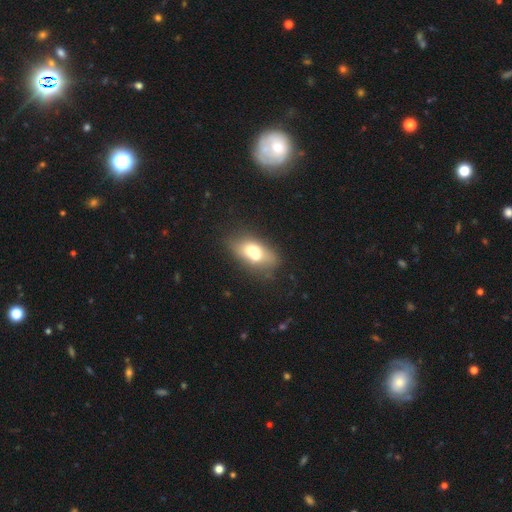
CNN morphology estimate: smooth 63%, featured or disk 28%, star or artifact 9%. Down the decision tree: how rounded — in between (80%); merging — merger (41%).